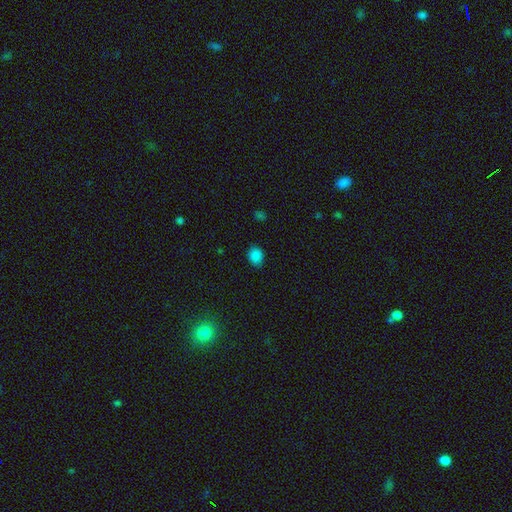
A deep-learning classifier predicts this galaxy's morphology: smooth-or-featured: smooth: 84% | star or artifact: 13% | featured or disk: 3%
  how-rounded: in between: 56% | round: 43% | cigar-shaped: 1%
  merging: none: 83% | minor disturbance: 13% | major disturbance: 3% | merger: 1%